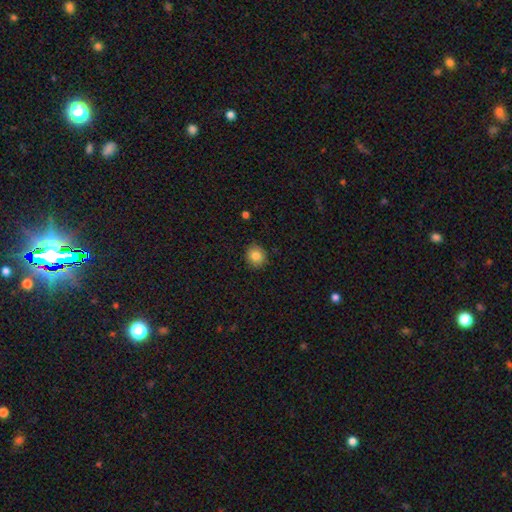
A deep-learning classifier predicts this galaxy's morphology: Q: Smooth or featured?
A: smooth (83%); runner-up: star or artifact (10%)
Q: How rounded?
A: round (85%); runner-up: in between (14%)
Q: Merging?
A: none (89%); runner-up: minor disturbance (8%)